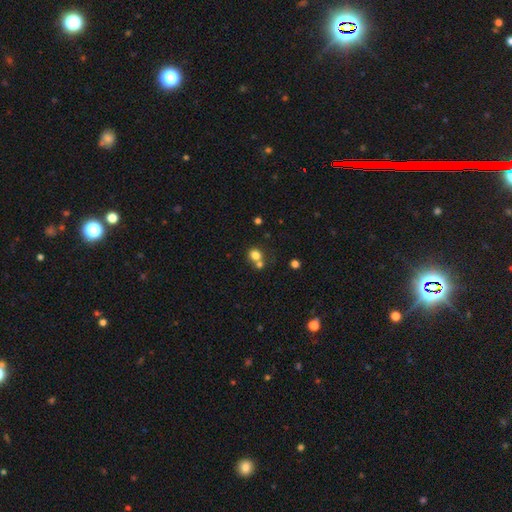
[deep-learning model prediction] This is likely a smooth galaxy (78%). How rounded: likely round (80%). Merging: possibly none (49%).